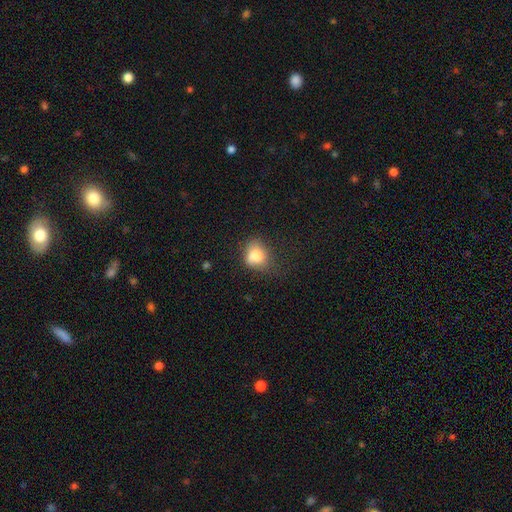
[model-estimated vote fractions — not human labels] Morphology: type=smooth (80%); roundness=round (50%); merging=none (47%).